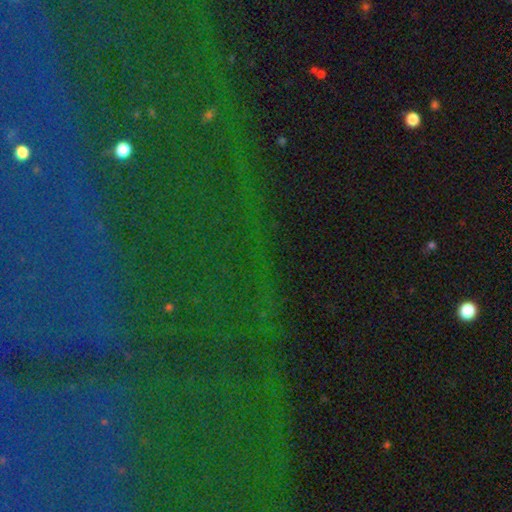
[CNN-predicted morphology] This is clearly a star or artifact rather than a galaxy (82%).